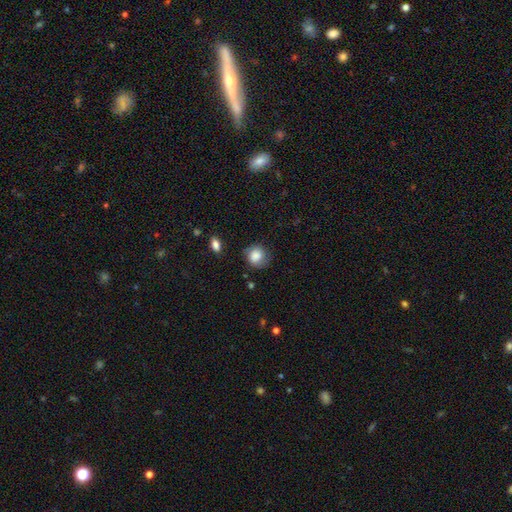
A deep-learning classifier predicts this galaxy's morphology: Overall: smooth (74%). How rounded: round (80%). Merging: none (70%).